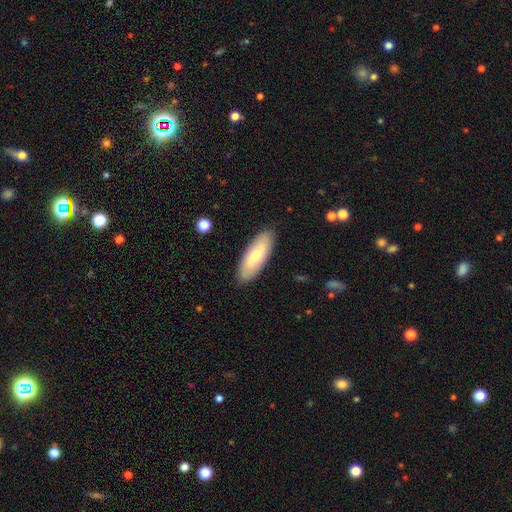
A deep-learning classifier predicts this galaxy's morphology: The model was most divided on "smooth or featured": smooth: 64%, featured or disk: 31%, star or artifact: 6%. More confident: merging — none (88%); how rounded — in between (71%).